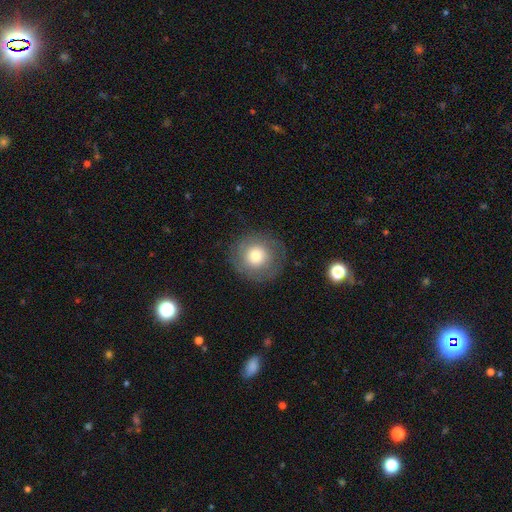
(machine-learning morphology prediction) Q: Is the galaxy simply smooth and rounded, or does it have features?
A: smooth — 66%.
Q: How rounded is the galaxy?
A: round — 92%.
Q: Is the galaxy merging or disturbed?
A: none — 81%.